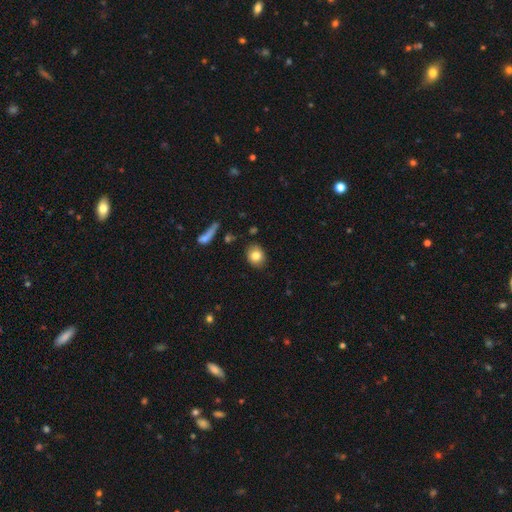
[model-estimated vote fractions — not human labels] Smooth or featured? smooth (81%)
How rounded? round (54%)
Merging? none (84%)